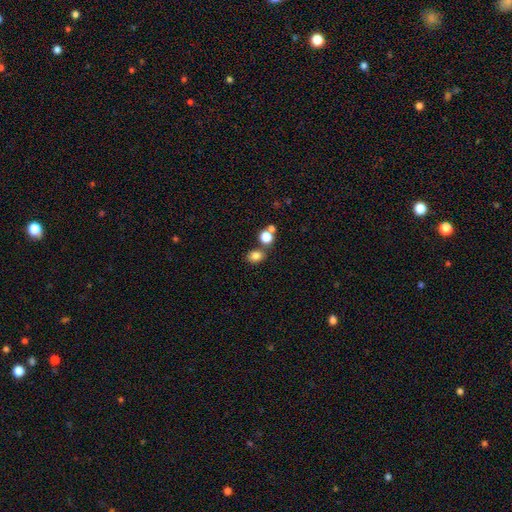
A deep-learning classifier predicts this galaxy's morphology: This is clearly a smooth galaxy (82%). How rounded: possibly in between (55%). Merging: likely none (69%).